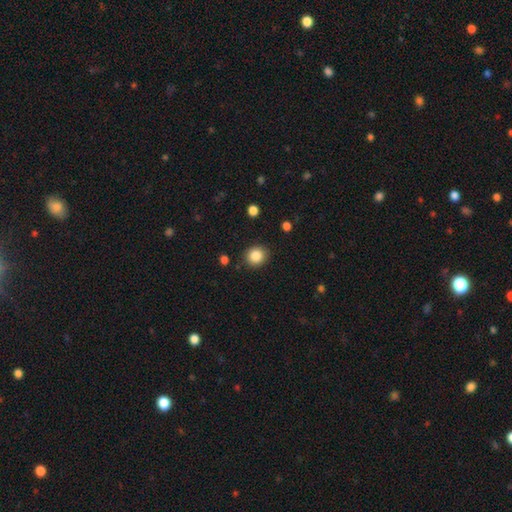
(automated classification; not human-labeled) Smooth or featured?
  - smooth: 86% *
  - star or artifact: 10%
  - featured or disk: 4%
How rounded?
  - round: 85% *
  - in between: 15%
  - cigar-shaped: 1%
Merging?
  - none: 87% *
  - minor disturbance: 8%
  - major disturbance: 2%
  - merger: 2%